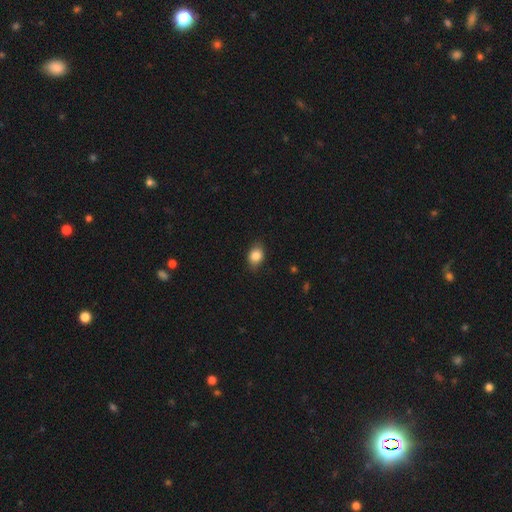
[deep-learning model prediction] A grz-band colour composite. It shows a smooth galaxy with no disk features (85%) that is in between round and cigar-shaped (67%). Merging: none (80%).